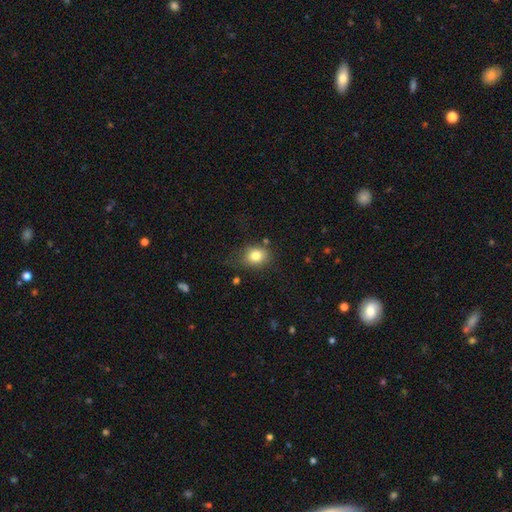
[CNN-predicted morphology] smooth_or_featured: smooth (p=0.81) [alt: star or artifact p=0.10]
how_rounded: round (p=0.52) [alt: in between p=0.47]
merging: none (p=0.66) [alt: minor disturbance p=0.23]